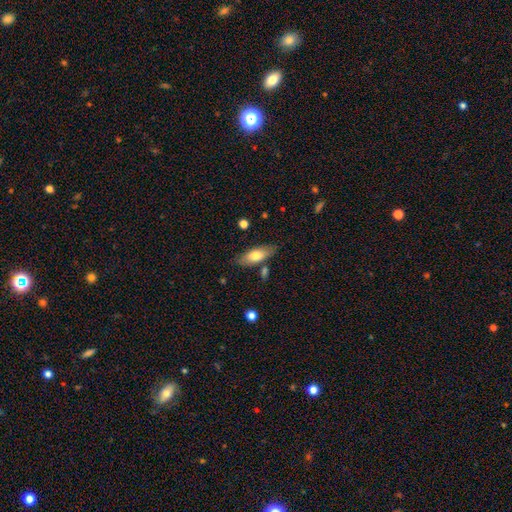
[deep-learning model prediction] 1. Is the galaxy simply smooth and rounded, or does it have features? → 71% smooth, 23% featured or disk, 6% star or artifact.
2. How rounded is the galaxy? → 74% in between, 23% cigar-shaped, 2% round.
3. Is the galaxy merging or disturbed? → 78% none, 14% minor disturbance, 5% merger, 3% major disturbance.